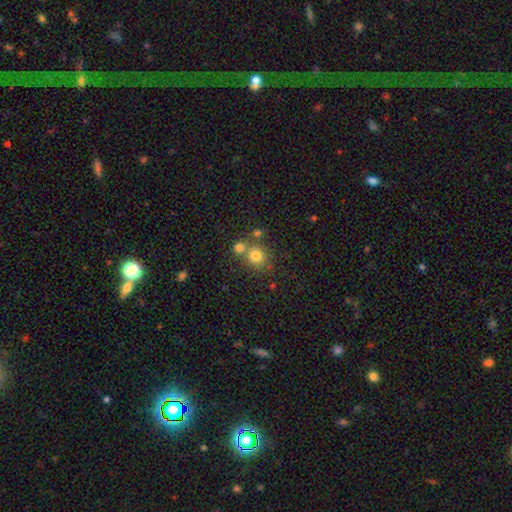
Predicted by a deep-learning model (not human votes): smooth_or_featured: smooth (p=0.77) [alt: star or artifact p=0.14]
how_rounded: round (p=0.85) [alt: in between p=0.14]
merging: none (p=0.58) [alt: merger p=0.30]